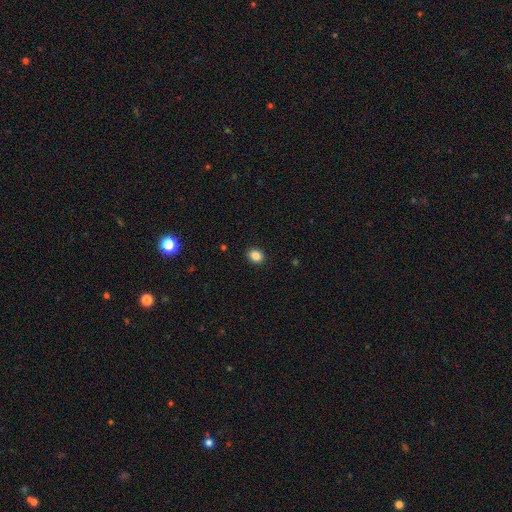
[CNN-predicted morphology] Smooth or featured? Predicted: smooth (p=0.86). How rounded? Predicted: round (p=0.52). Merging? Predicted: none (p=0.91).